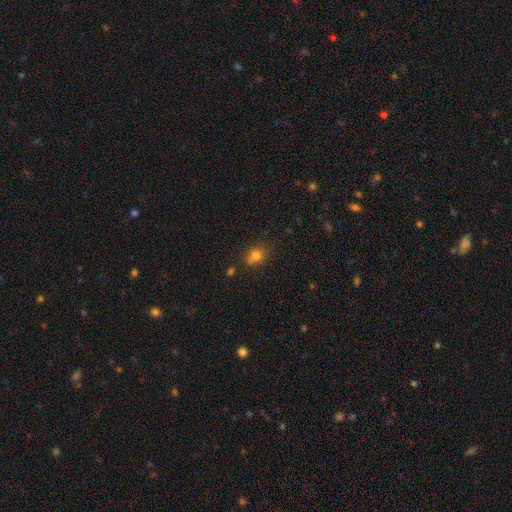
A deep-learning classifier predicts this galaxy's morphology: type=smooth (78%); roundness=round (57%); merging=none (71%).